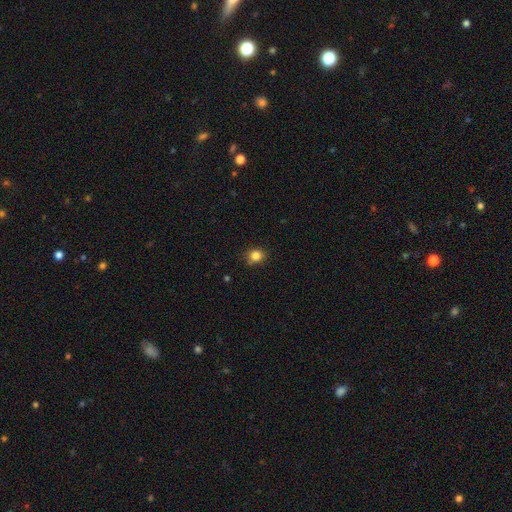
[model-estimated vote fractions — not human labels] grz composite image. It shows a smooth galaxy with no disk features (83%) that is round (74%). Merging: none (82%).